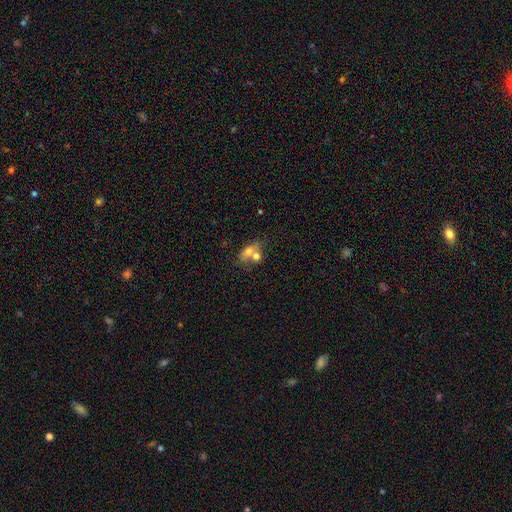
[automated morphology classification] The model was most divided on "merging": merger: 57%, none: 28%, minor disturbance: 9%, major disturbance: 5%. More confident: how rounded — in between (65%); smooth or featured — smooth (65%).